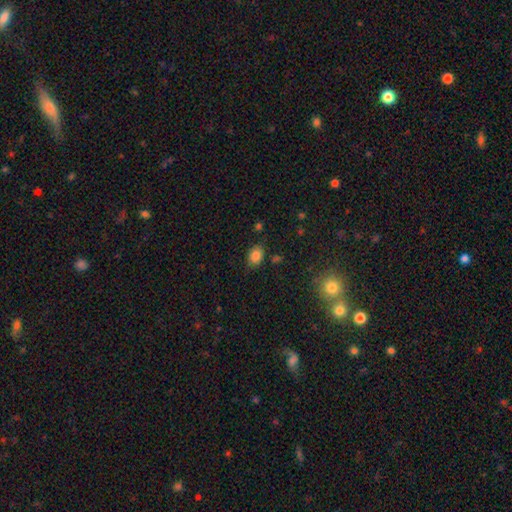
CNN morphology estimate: Smooth or featured? smooth (83%)
How rounded? in between (68%)
Merging? none (79%)